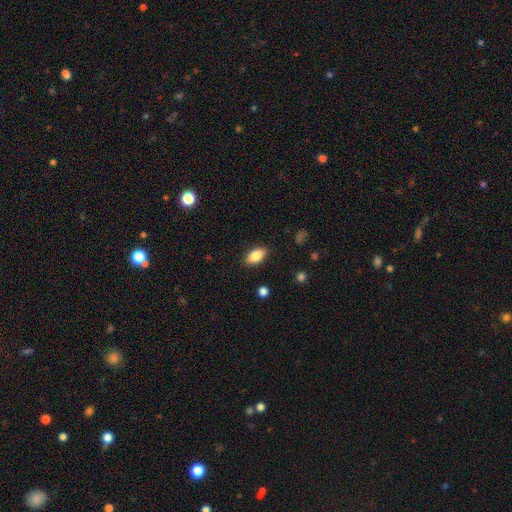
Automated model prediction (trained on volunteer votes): Morphology: type=smooth (84%); roundness=in between (91%); merging=none (88%).